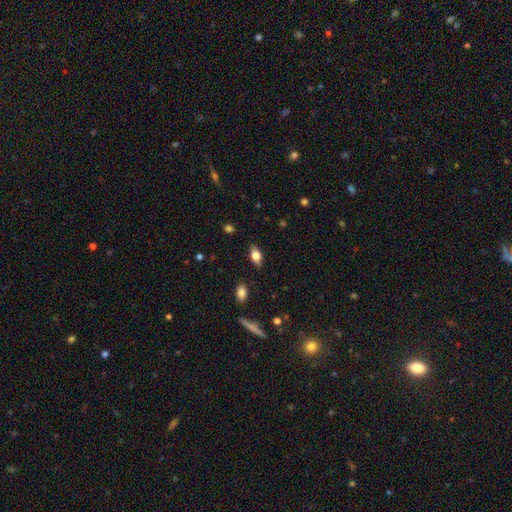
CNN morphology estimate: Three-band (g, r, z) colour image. It shows a smooth galaxy with no disk features (72%) that is in between round and cigar-shaped (83%). Merging: none (83%).